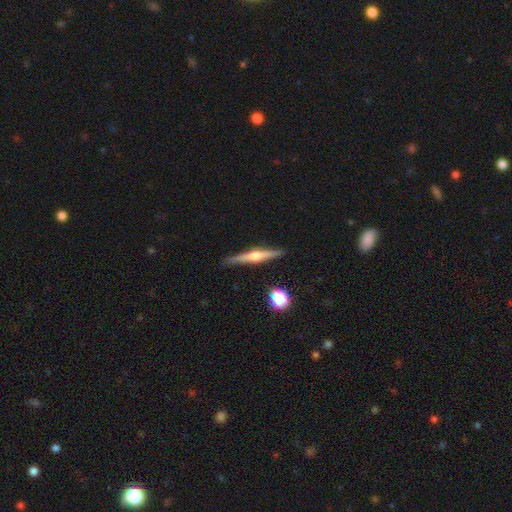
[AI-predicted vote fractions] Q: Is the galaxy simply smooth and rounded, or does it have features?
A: featured or disk — 68%.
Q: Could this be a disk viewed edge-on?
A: yes — 98%.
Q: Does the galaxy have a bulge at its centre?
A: rounded — 86%.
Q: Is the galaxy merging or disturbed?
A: none — 89%.